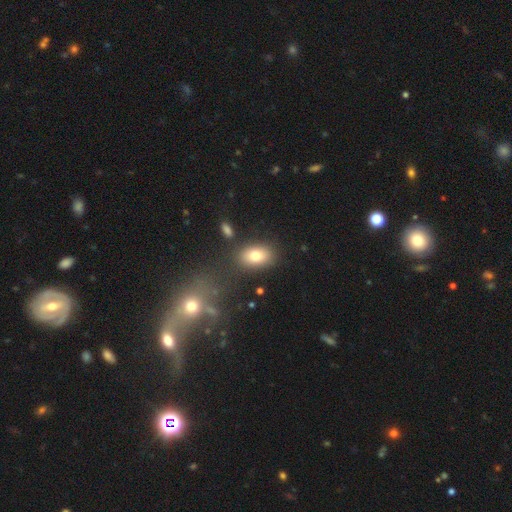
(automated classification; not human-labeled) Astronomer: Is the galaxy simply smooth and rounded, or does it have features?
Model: smooth — 79%.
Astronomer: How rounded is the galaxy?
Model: in between — 85%.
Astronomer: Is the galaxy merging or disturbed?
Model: none — 81%.